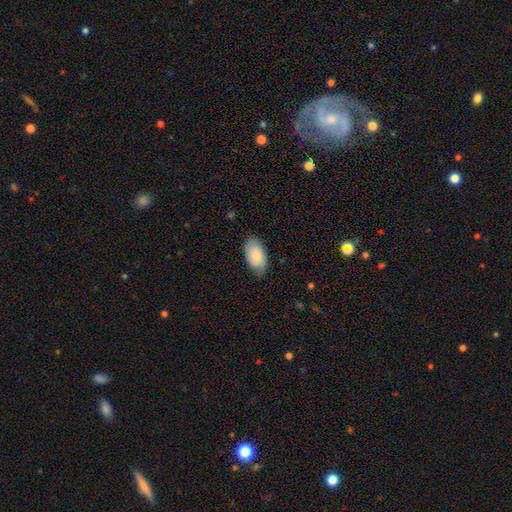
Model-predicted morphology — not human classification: A smooth galaxy with no disk features (80%) that is in between round and cigar-shaped (95%).

Vote fractions:
- Smooth or featured? smooth: 80% / featured or disk: 14% / star or artifact: 6%
- How rounded? in between: 95% / round: 3% / cigar-shaped: 2%
- Merging? none: 76% / minor disturbance: 20% / major disturbance: 3% / merger: 1%